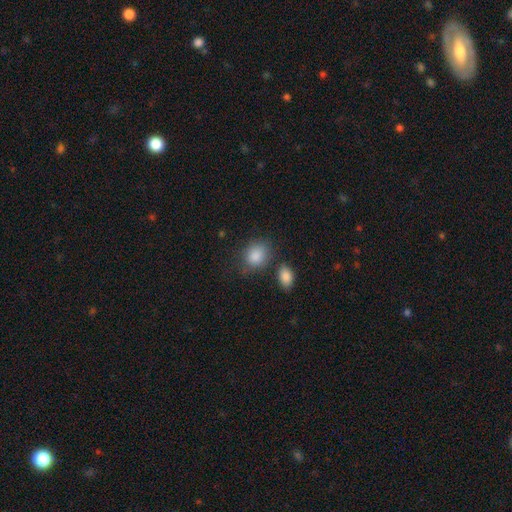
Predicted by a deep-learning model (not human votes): This appears to be a smooth galaxy with no disk features (86%) that is round (50%). Merging: none (66%).